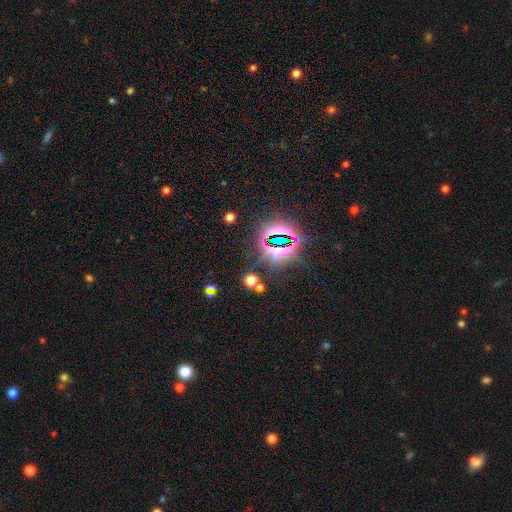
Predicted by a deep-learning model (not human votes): Smooth or featured? Predicted: star or artifact (p=0.78).